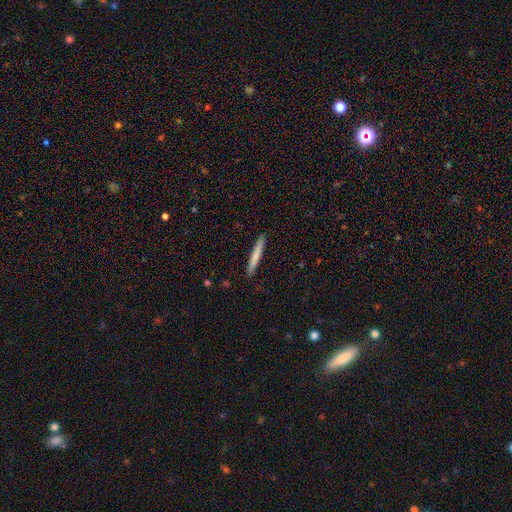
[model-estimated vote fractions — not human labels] Smooth or featured?
  - smooth: 68% *
  - featured or disk: 27%
  - star or artifact: 5%
How rounded?
  - cigar-shaped: 96% *
  - in between: 2%
  - round: 1%
Merging?
  - none: 92% *
  - minor disturbance: 6%
  - major disturbance: 1%
  - merger: 1%